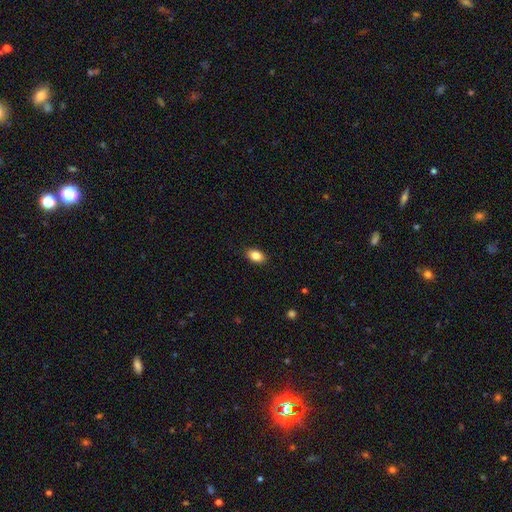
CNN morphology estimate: smooth-or-featured: smooth: 85% | star or artifact: 8% | featured or disk: 7%
  how-rounded: in between: 86% | round: 13% | cigar-shaped: 2%
  merging: none: 88% | minor disturbance: 9% | major disturbance: 2% | merger: 1%